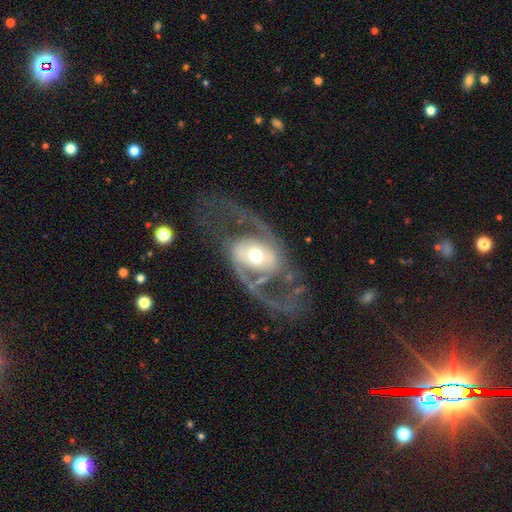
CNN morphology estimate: This is clearly a featured or disk galaxy (87%). It is clearly not viewed edge-on (95%). Bar: possibly no (48%). Spiral arm pattern: clearly yes (89%). Spiral arm count: clearly 2 (90%). Spiral winding: marginally medium (44%). Central bulge: likely moderate (67%). Merging: likely none (64%).